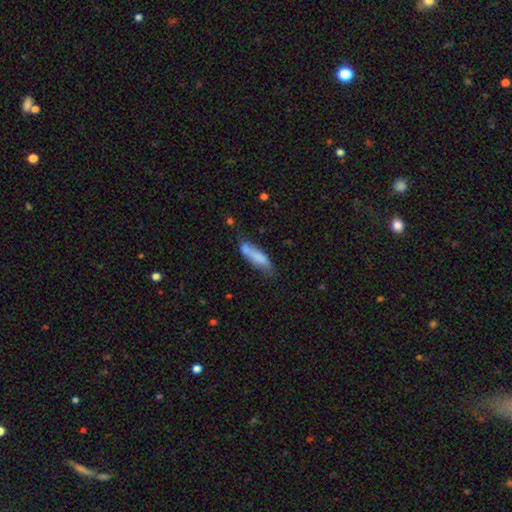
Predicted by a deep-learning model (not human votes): Smooth or featured?
  - smooth: 74% *
  - featured or disk: 18%
  - star or artifact: 7%
How rounded?
  - cigar-shaped: 58% *
  - in between: 40%
  - round: 2%
Merging?
  - none: 50% *
  - minor disturbance: 27%
  - merger: 15%
  - major disturbance: 9%